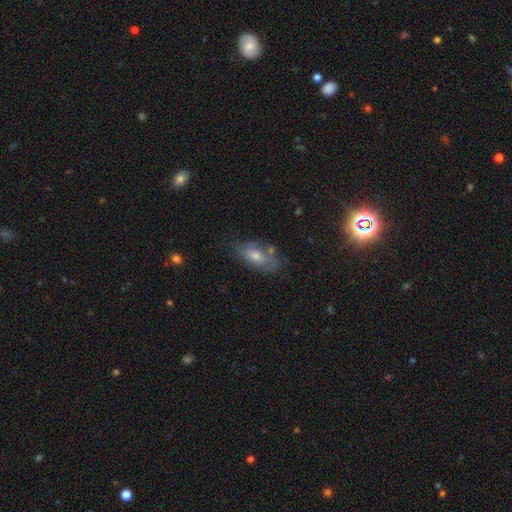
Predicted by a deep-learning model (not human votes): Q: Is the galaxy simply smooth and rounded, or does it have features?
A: featured or disk — 43%.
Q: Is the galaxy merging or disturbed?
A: none — 59%.